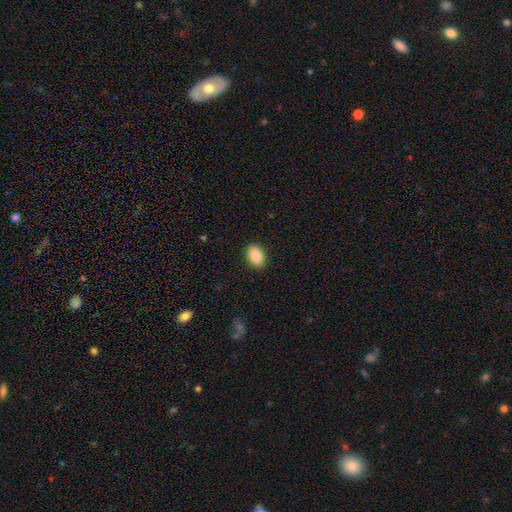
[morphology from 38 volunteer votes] A smooth galaxy with no disk features (97%) that is in between round and cigar-shaped (65%).

Vote fractions:
- Smooth or featured? smooth: 97% / star or artifact: 3% / featured or disk: 0%
- How rounded? in between: 65% / round: 30% / cigar-shaped: 5%
- Merging? none: 78% / minor disturbance: 19% / merger: 3% / major disturbance: 0%